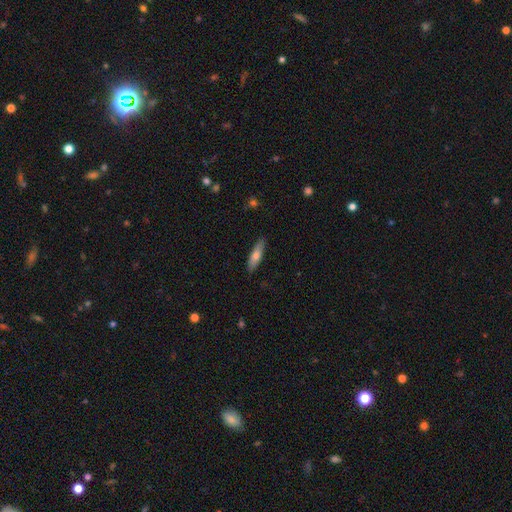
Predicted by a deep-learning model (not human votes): smooth_or_featured: smooth (p=0.66) [alt: featured or disk p=0.28]
how_rounded: cigar-shaped (p=0.68) [alt: in between p=0.30]
merging: none (p=0.88) [alt: minor disturbance p=0.09]